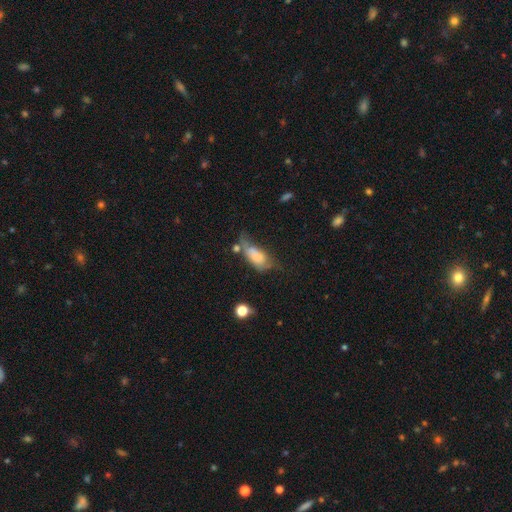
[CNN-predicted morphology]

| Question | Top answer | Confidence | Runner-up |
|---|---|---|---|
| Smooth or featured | smooth | 68% | featured or disk (23%) |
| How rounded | in between | 84% | cigar-shaped (12%) |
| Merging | major disturbance | 35% | minor disturbance (30%) |